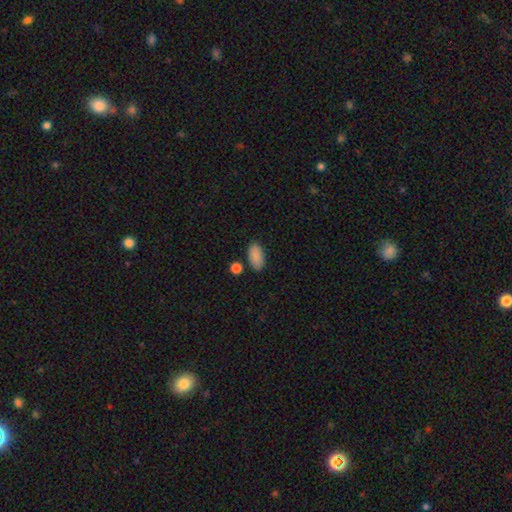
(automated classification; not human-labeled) Q: Smooth or featured?
A: smooth (88%); runner-up: star or artifact (8%)
Q: How rounded?
A: in between (91%); runner-up: cigar-shaped (5%)
Q: Merging?
A: none (80%); runner-up: minor disturbance (12%)